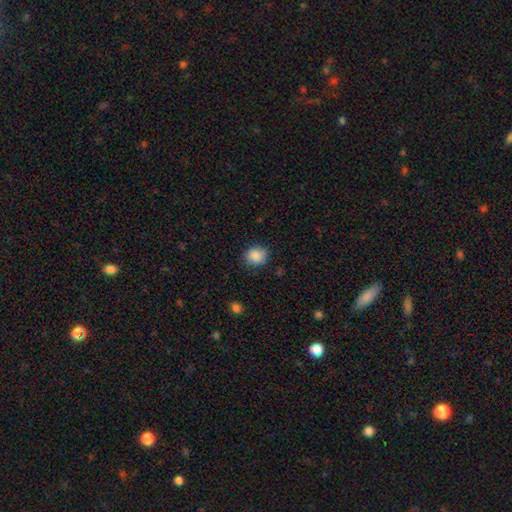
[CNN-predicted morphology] Smooth or featured? Predicted: smooth (p=0.88). How rounded? Predicted: round (p=0.74). Merging? Predicted: none (p=0.84).